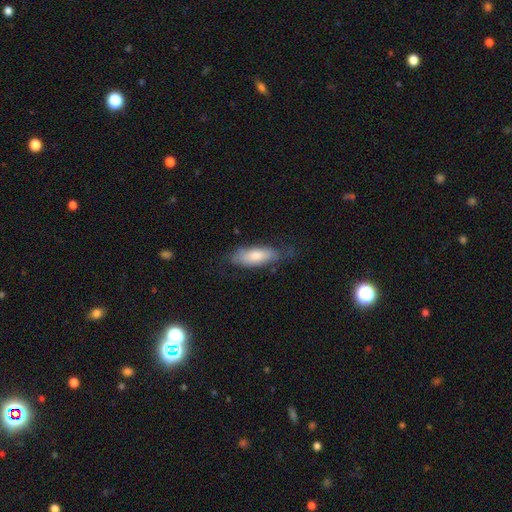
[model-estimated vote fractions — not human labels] Morphology: type=smooth (72%); roundness=in between (73%); merging=none (59%).